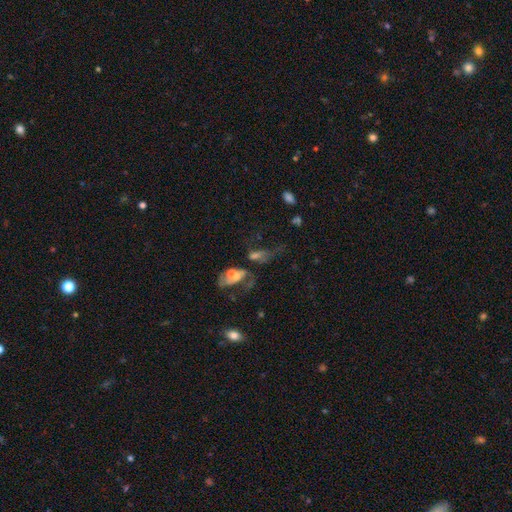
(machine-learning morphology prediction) type=featured or disk (45%); merging=major disturbance (36%).